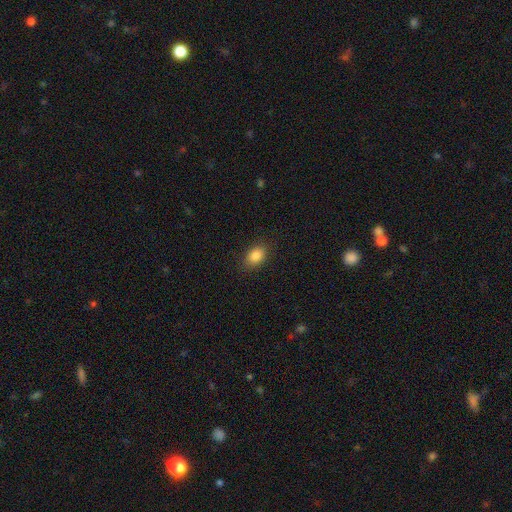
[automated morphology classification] A smooth galaxy with no disk features (86%) that is in between round and cigar-shaped (80%).

Vote fractions:
- Smooth or featured? smooth: 86% / star or artifact: 9% / featured or disk: 5%
- How rounded? in between: 80% / round: 19% / cigar-shaped: 1%
- Merging? none: 85% / minor disturbance: 11% / major disturbance: 3% / merger: 1%